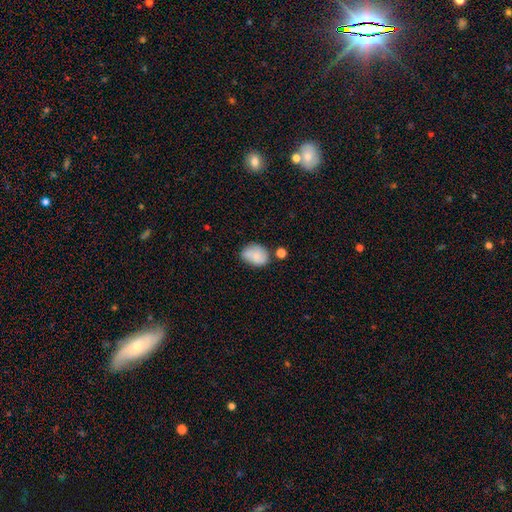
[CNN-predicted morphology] Smooth or featured?
  - smooth: 76% *
  - featured or disk: 16%
  - star or artifact: 8%
How rounded?
  - in between: 71% *
  - round: 28%
  - cigar-shaped: 1%
Merging?
  - none: 54% *
  - minor disturbance: 28%
  - merger: 10%
  - major disturbance: 7%